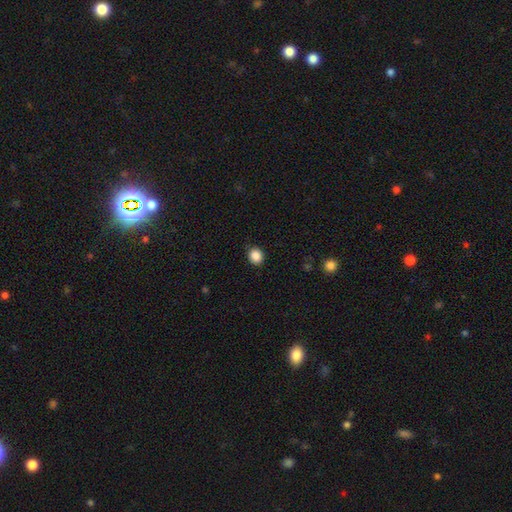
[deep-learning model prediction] Morphology: type=smooth (87%); roundness=round (76%); merging=none (89%).